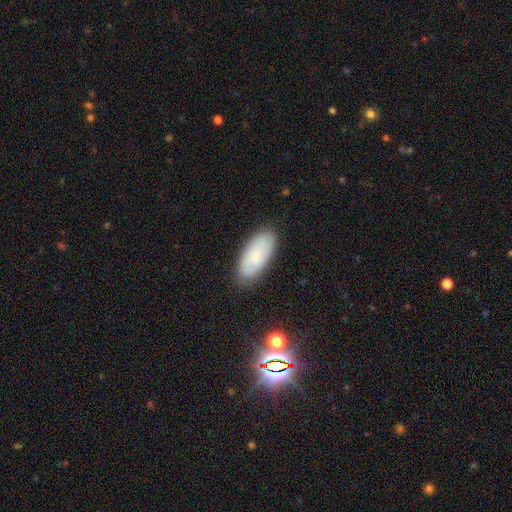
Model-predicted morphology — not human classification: Q: Smooth or featured?
A: smooth (66%); runner-up: featured or disk (26%)
Q: How rounded?
A: in between (88%); runner-up: cigar-shaped (9%)
Q: Merging?
A: none (84%); runner-up: minor disturbance (12%)